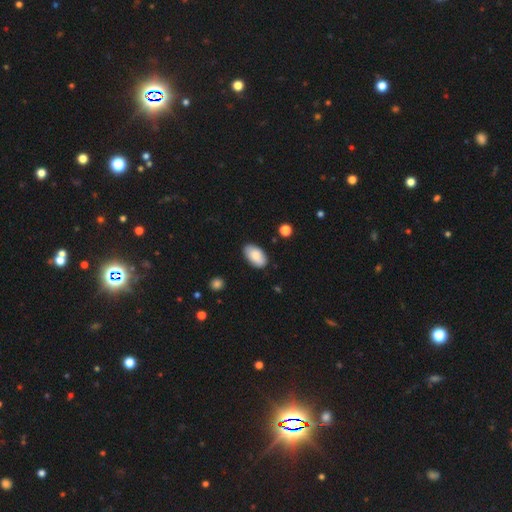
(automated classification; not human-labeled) Smooth or featured?
  - smooth: 83% *
  - featured or disk: 10%
  - star or artifact: 6%
How rounded?
  - in between: 95% *
  - round: 4%
  - cigar-shaped: 1%
Merging?
  - none: 84% *
  - minor disturbance: 13%
  - major disturbance: 2%
  - merger: 1%